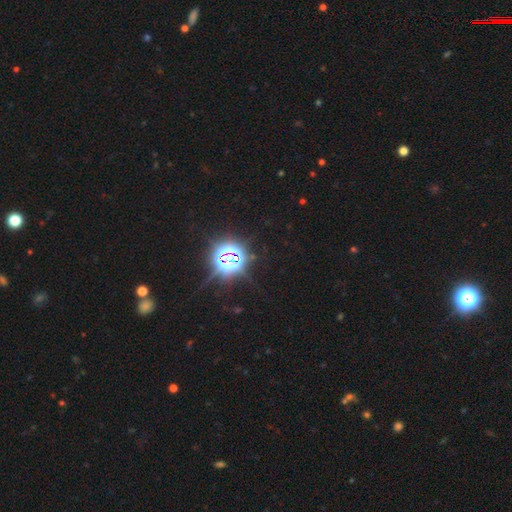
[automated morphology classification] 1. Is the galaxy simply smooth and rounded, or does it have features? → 84% star or artifact, 11% smooth, 5% featured or disk.